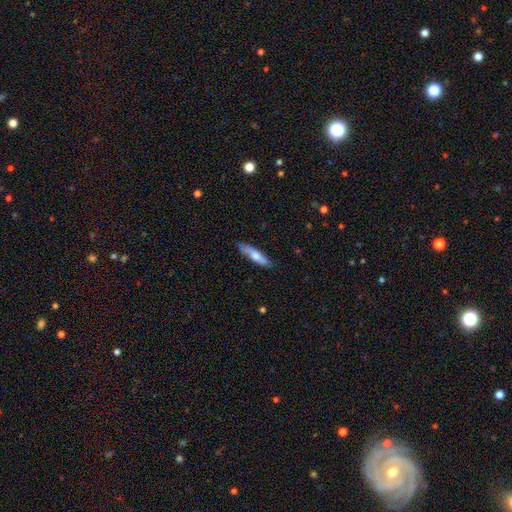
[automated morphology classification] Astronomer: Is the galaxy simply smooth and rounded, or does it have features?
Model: smooth — 64%.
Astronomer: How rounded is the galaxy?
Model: cigar-shaped — 76%.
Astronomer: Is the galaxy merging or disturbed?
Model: none — 82%.